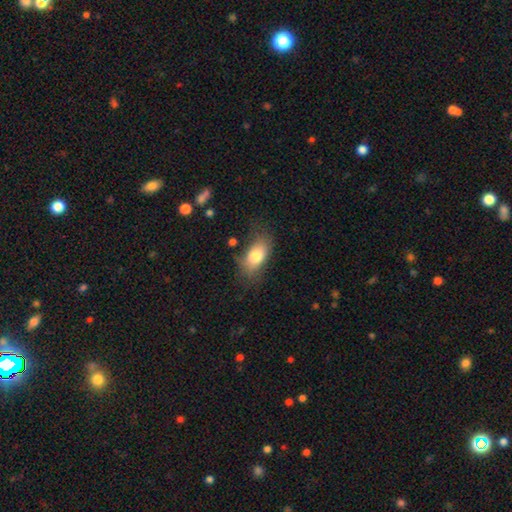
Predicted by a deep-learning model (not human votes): smooth_or_featured: smooth (p=0.77) [alt: featured or disk p=0.15]
how_rounded: in between (p=0.89) [alt: round p=0.08]
merging: none (p=0.62) [alt: minor disturbance p=0.24]